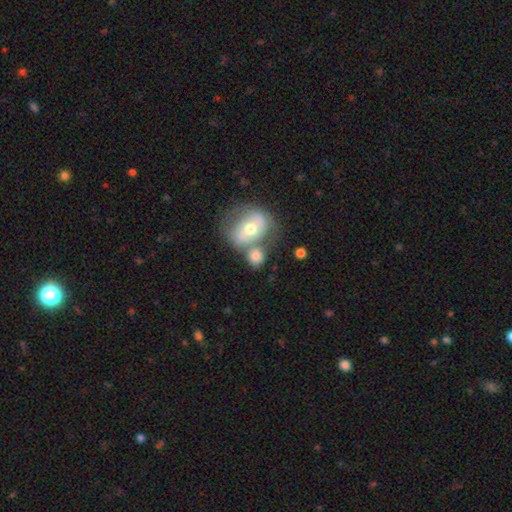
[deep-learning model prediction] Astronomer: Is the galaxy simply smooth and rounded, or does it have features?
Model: smooth — 66%.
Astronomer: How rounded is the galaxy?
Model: round — 61% (runner-up: in between, 37%).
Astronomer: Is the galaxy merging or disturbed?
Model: merger — 40% (runner-up: none, 38%).